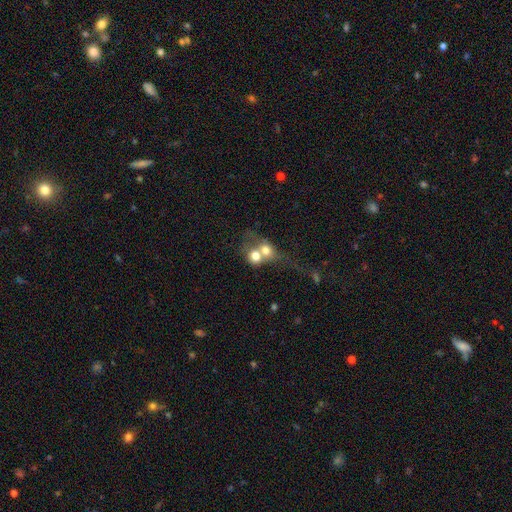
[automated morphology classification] Smooth or featured: smooth — 68% (featured or disk — 23%)
How rounded: round — 66% (in between — 33%)
Merging: merger — 73% (none — 15%)